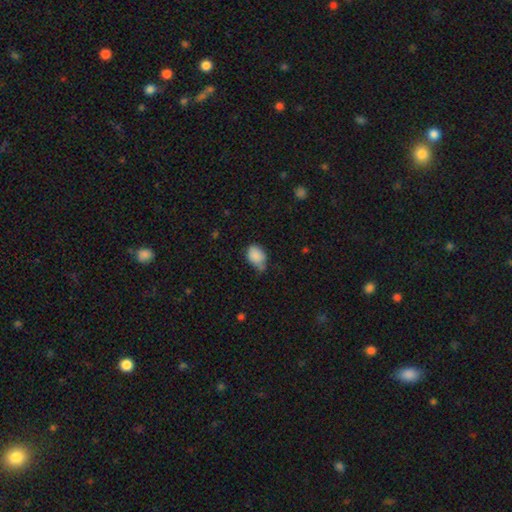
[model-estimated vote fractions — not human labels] Smooth or featured: smooth — 85% (star or artifact — 9%)
How rounded: in between — 75% (round — 24%)
Merging: minor disturbance — 44% (none — 42%)